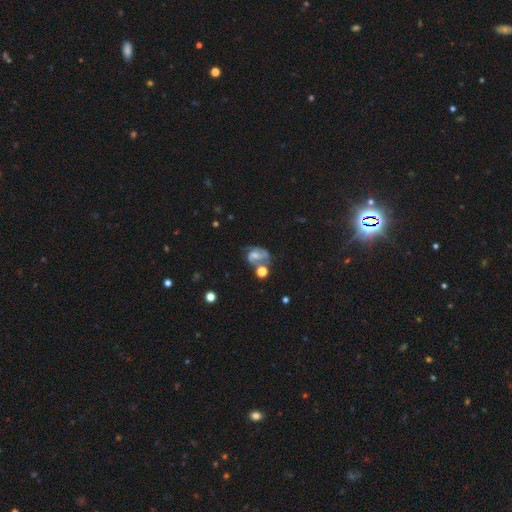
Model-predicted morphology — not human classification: smooth-or-featured: featured or disk: 65% | smooth: 23% | star or artifact: 12%
  disk-edge-on: no: 97% | yes: 3%
    bar: no: 45% | weak: 40% | strong: 14%
    has-spiral-arms: yes: 82% | no: 18%
      spiral-winding: medium: 49% | loose: 28% | tight: 23%
      spiral-arm-count: 2: 74% | can't tell: 12% | 1: 7% | 3: 4% | 4: 1% | more than 4: 1%
    bulge-size: small: 41% | moderate: 34% | none: 18% | large: 6% | dominant: 2%
  merging: none: 39% | merger: 22% | minor disturbance: 20% | major disturbance: 19%